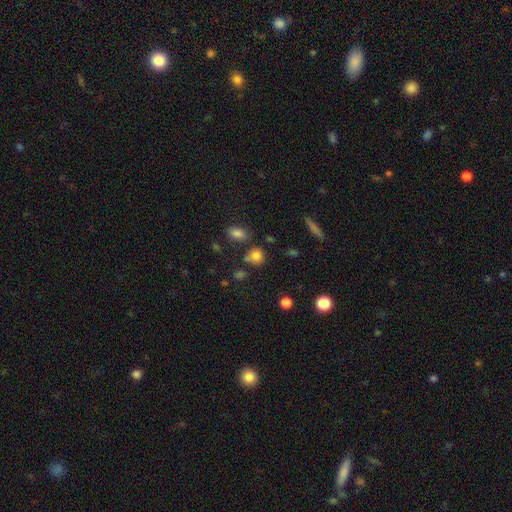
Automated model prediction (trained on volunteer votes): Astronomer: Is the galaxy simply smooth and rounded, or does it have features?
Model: smooth — 79%.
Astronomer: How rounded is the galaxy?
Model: round — 74%.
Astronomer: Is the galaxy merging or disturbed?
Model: none — 64%.